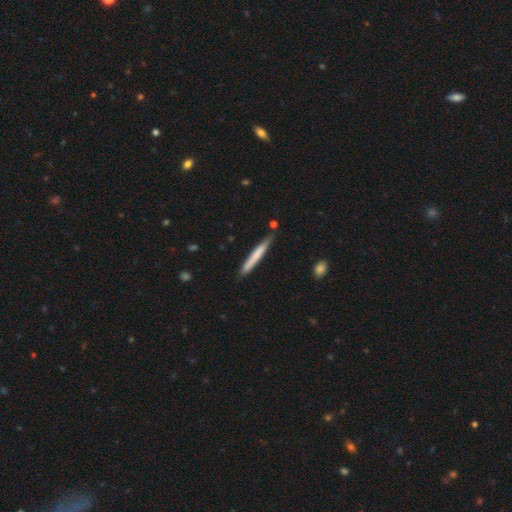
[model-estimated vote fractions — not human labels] smooth-or-featured: smooth: 65% | featured or disk: 30% | star or artifact: 5%
  how-rounded: cigar-shaped: 96% | in between: 3% | round: 1%
  merging: none: 81% | minor disturbance: 14% | merger: 3% | major disturbance: 2%